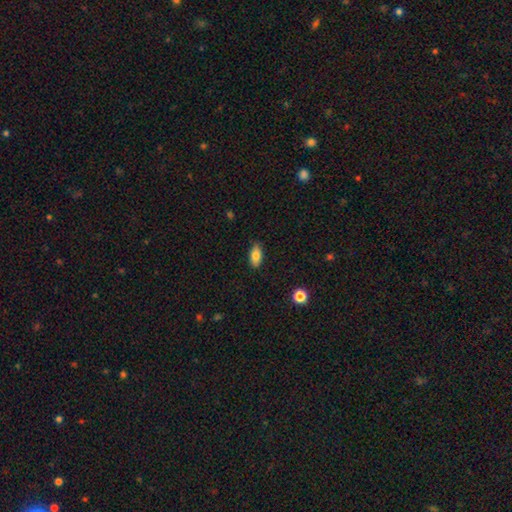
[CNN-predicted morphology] Overall: smooth (81%). How rounded: in between (89%). Merging: none (84%).